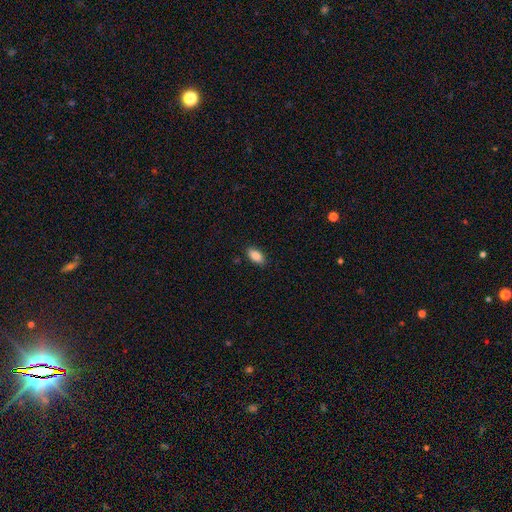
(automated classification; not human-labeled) This is clearly a smooth galaxy (88%). How rounded: clearly in between (92%). Merging: clearly none (87%).